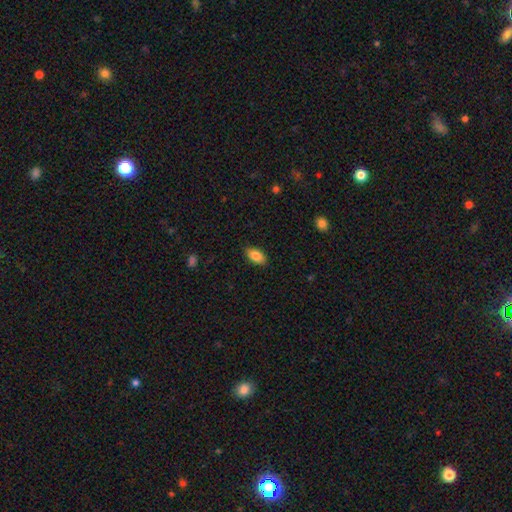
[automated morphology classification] Q: Smooth or featured?
A: smooth (84%); runner-up: featured or disk (8%)
Q: How rounded?
A: in between (92%); runner-up: cigar-shaped (4%)
Q: Merging?
A: none (87%); runner-up: minor disturbance (9%)